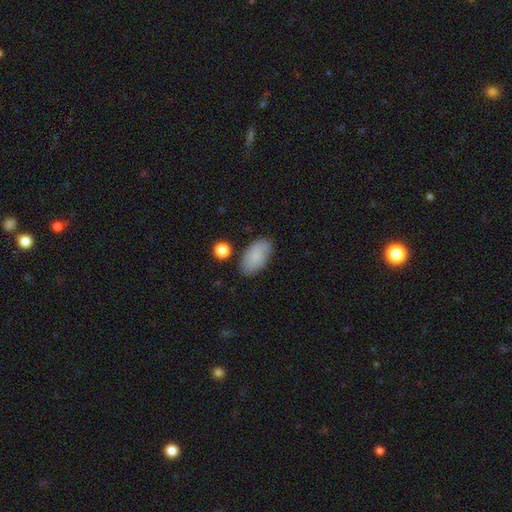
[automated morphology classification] smooth 81%, featured or disk 12%, star or artifact 7%. Down the decision tree: how rounded — in between (94%); merging — none (77%).